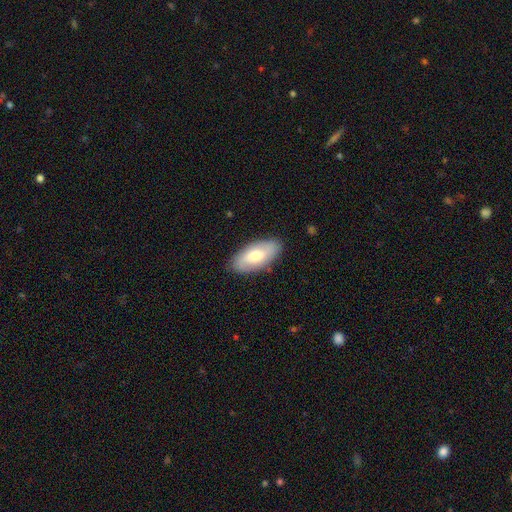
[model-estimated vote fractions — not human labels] smooth-or-featured: smooth: 62% | featured or disk: 32% | star or artifact: 6%
  how-rounded: in between: 91% | cigar-shaped: 6% | round: 3%
  merging: none: 86% | minor disturbance: 11% | major disturbance: 2% | merger: 1%